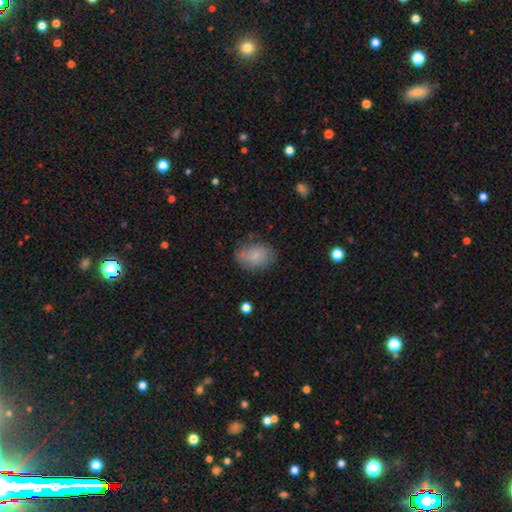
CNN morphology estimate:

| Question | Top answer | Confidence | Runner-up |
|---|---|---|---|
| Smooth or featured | smooth | 81% | featured or disk (11%) |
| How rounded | in between | 78% | round (21%) |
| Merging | none | 72% | minor disturbance (19%) |